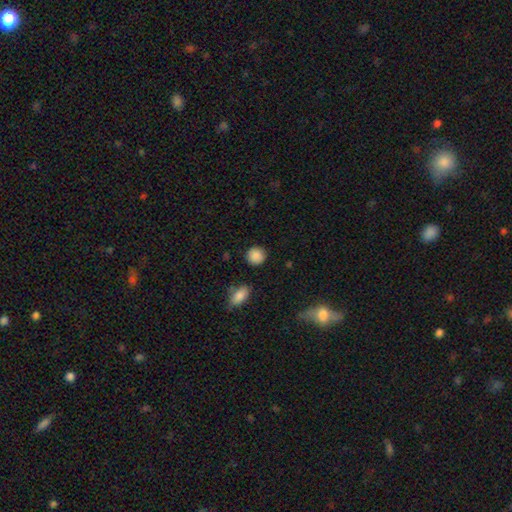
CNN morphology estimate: A smooth galaxy with no disk features (88%) that is round (90%).

Vote fractions:
- Smooth or featured? smooth: 88% / star or artifact: 9% / featured or disk: 4%
- How rounded? round: 90% / in between: 9% / cigar-shaped: 1%
- Merging? none: 88% / minor disturbance: 7% / major disturbance: 2% / merger: 2%